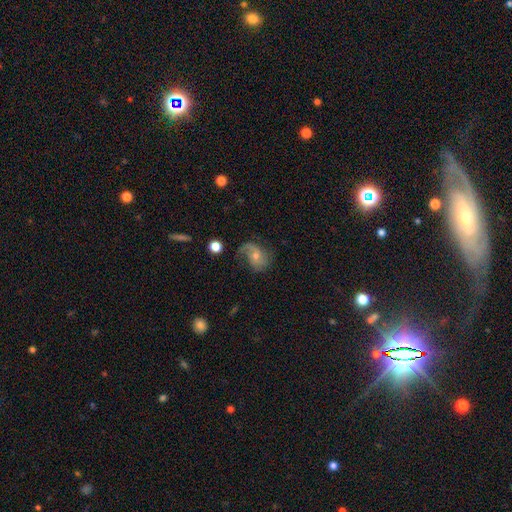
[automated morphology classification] type=featured or disk (72%); edge-on=no (97%); bar=no (71%); spiral arms=yes (92%); winding=loose (40%, tied with medium); arm count=2 (49%); bulge=small (51%); merging=none (56%).